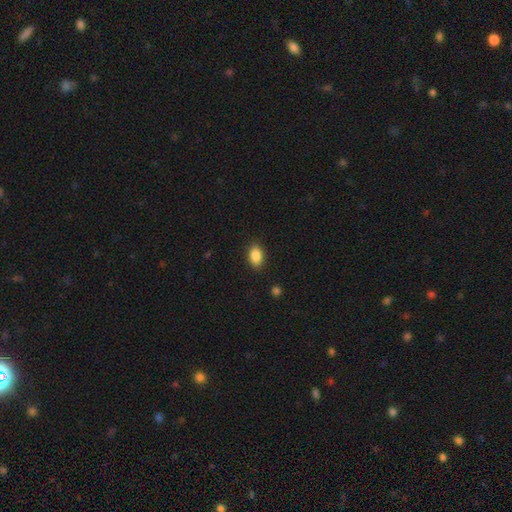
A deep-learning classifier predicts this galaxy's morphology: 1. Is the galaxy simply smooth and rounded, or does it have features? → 88% smooth, 8% star or artifact, 5% featured or disk.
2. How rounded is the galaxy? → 88% in between, 11% round, 2% cigar-shaped.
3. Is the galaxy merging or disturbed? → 88% none, 9% minor disturbance, 2% major disturbance, 1% merger.